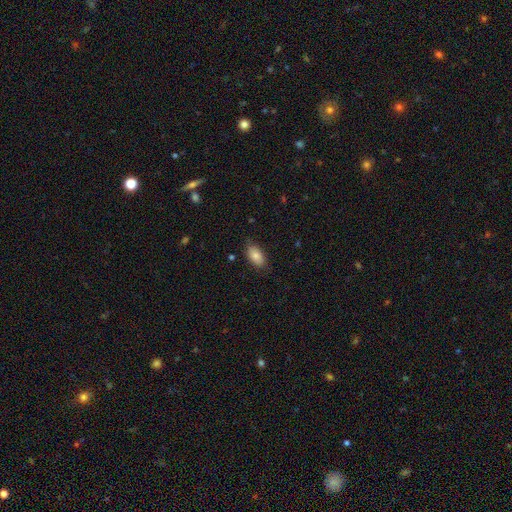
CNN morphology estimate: The model was most divided on "merging": none: 80%, minor disturbance: 16%, major disturbance: 3%, merger: 1%. More confident: how rounded — in between (93%); smooth or featured — smooth (83%).